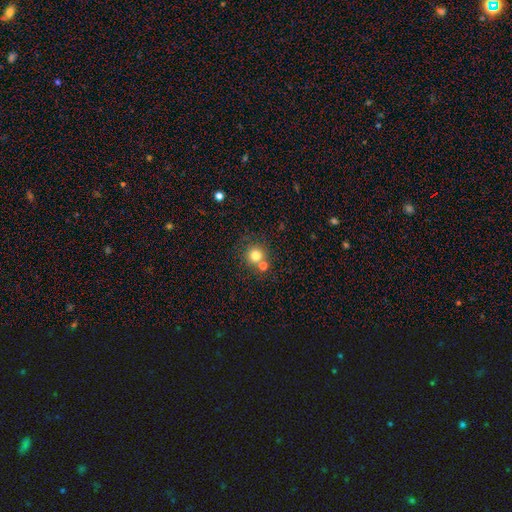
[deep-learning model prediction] A smooth galaxy with no disk features (79%) that is round (92%). Merging: none (65%).